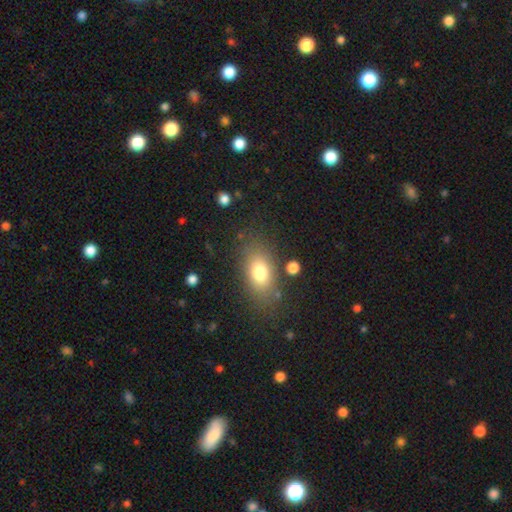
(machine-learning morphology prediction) Q: Smooth or featured?
A: smooth (68%); runner-up: star or artifact (18%)
Q: How rounded?
A: in between (81%); runner-up: round (14%)
Q: Merging?
A: none (84%); runner-up: minor disturbance (10%)